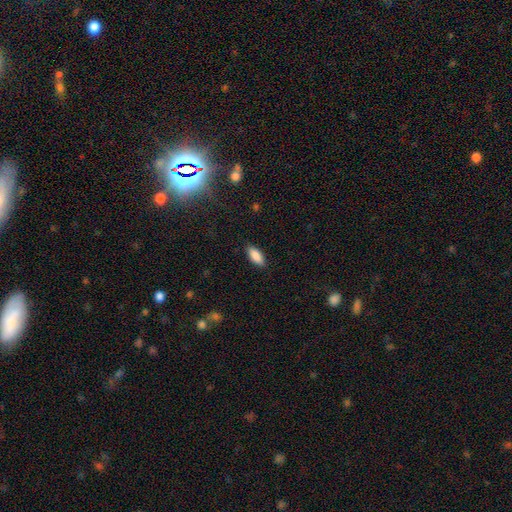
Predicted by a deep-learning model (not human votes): The model was most divided on "how rounded": in between: 83%, cigar-shaped: 15%, round: 2%. More confident: smooth or featured — smooth (88%); merging — none (87%).